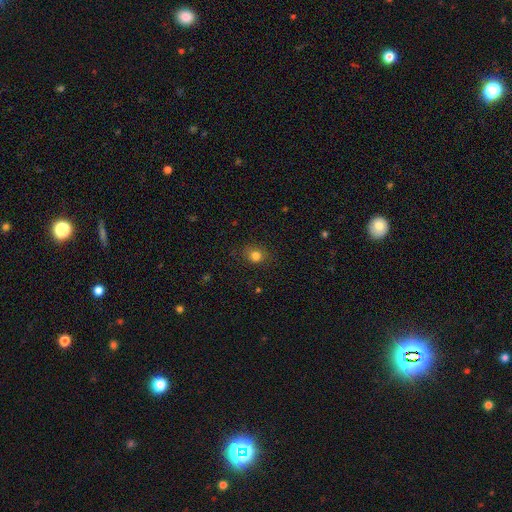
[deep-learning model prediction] Smooth or featured? Predicted: smooth (p=0.81). How rounded? Predicted: round (p=0.73). Merging? Predicted: none (p=0.84).